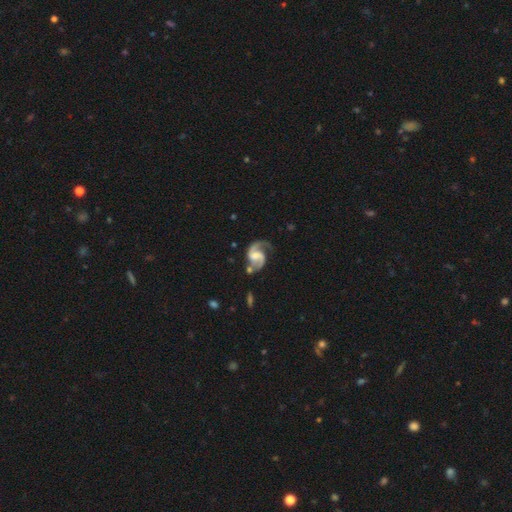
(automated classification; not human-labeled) Smooth or featured? Predicted: featured or disk (p=0.90). Edge-on disk? Predicted: no (p=0.98). Bar? Predicted: weak (p=0.49). Spiral arms? Predicted: yes (p=0.97). Spiral winding? Predicted: medium (p=0.53). Spiral arm count? Predicted: 2 (p=0.87). Bulge size? Predicted: moderate (p=0.39). Merging? Predicted: none (p=0.57).